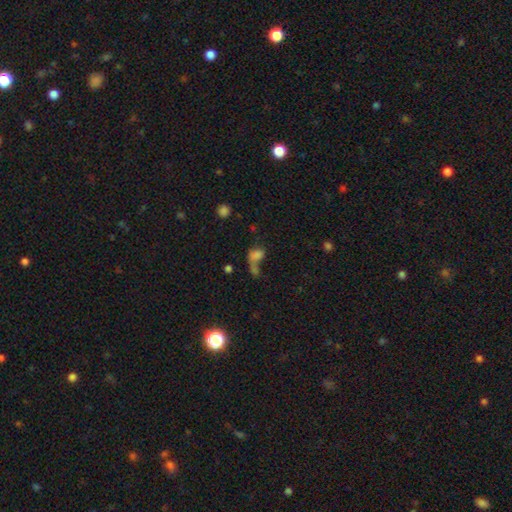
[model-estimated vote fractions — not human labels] smooth 65%, star or artifact 21%, featured or disk 14%. Down the decision tree: how rounded — in between (73%); merging — merger (47%).